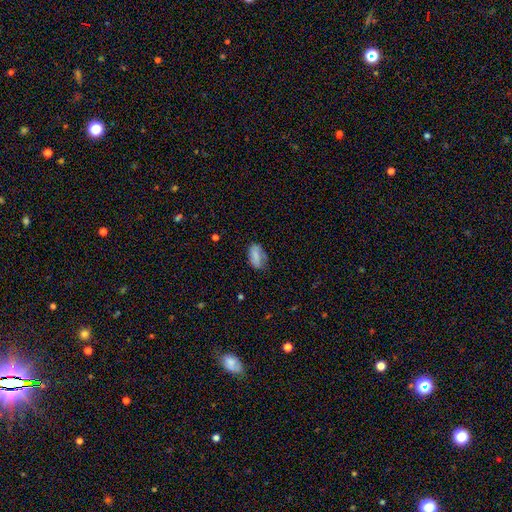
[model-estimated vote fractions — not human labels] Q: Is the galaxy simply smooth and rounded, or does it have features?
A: smooth — 80%.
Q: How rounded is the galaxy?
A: in between — 91%.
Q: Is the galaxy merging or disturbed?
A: none — 60%.